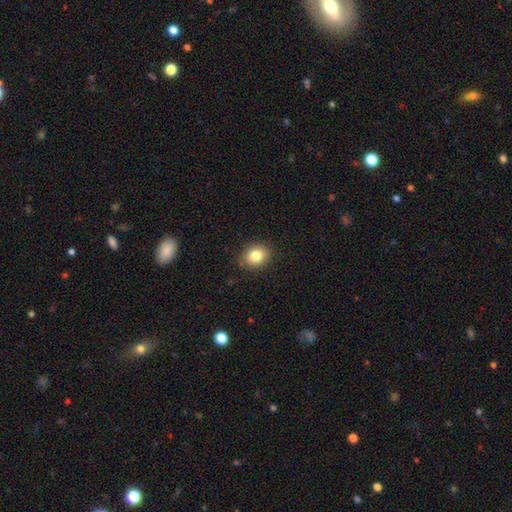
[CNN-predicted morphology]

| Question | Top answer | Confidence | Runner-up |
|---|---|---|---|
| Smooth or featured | smooth | 82% | star or artifact (10%) |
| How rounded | round | 56% | in between (43%) |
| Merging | none | 87% | minor disturbance (9%) |